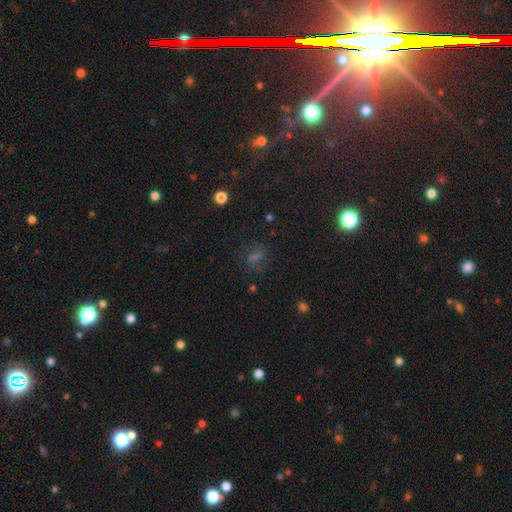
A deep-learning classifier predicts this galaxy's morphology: A star or artifact, not a galaxy (41%).

Vote fractions:
- Smooth or featured? star or artifact: 41% / smooth: 39% / featured or disk: 20%